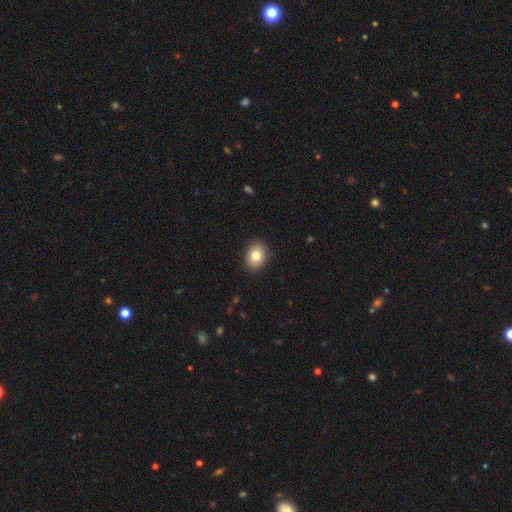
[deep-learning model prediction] Smooth or featured? Predicted: smooth (p=0.81). How rounded? Predicted: in between (p=0.64). Merging? Predicted: none (p=0.91).